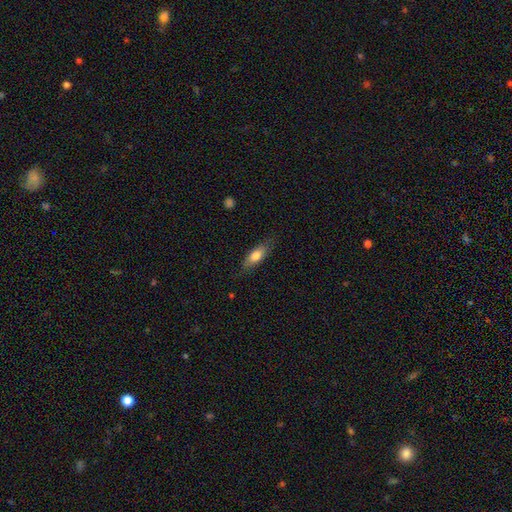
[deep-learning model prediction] Smooth or featured: smooth — 72% (featured or disk — 22%)
How rounded: in between — 62% (cigar-shaped — 35%)
Merging: none — 79% (minor disturbance — 16%)